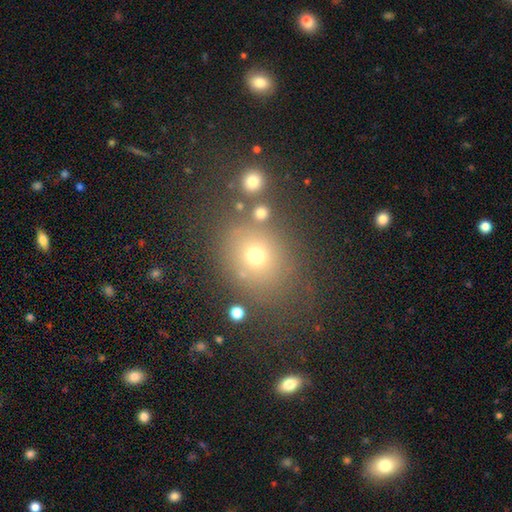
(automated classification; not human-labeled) smooth_or_featured: smooth (p=0.64) [alt: star or artifact p=0.23]
how_rounded: round (p=0.62) [alt: in between p=0.37]
merging: none (p=0.75) [alt: minor disturbance p=0.11]